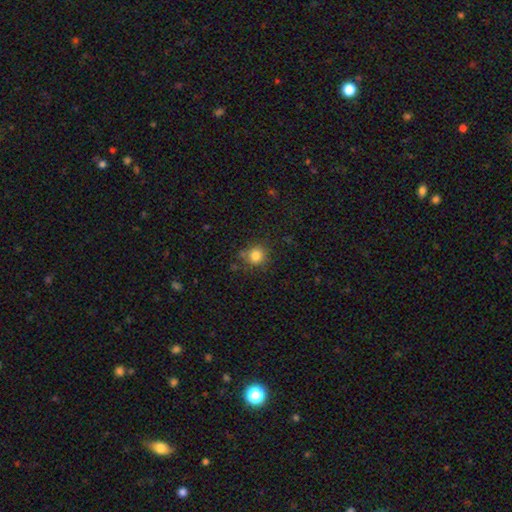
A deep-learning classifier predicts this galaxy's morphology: smooth-or-featured: smooth: 82% | star or artifact: 12% | featured or disk: 6%
  how-rounded: round: 90% | in between: 9% | cigar-shaped: 1%
  merging: none: 78% | minor disturbance: 13% | merger: 5% | major disturbance: 4%